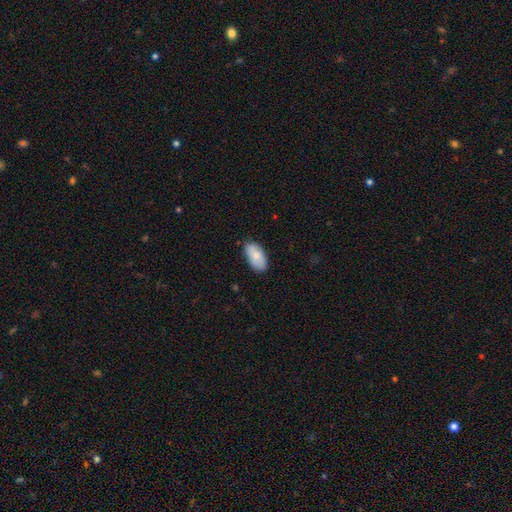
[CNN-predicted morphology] smooth 79%, featured or disk 15%, star or artifact 6%. Down the decision tree: how rounded — in between (94%); merging — none (79%).